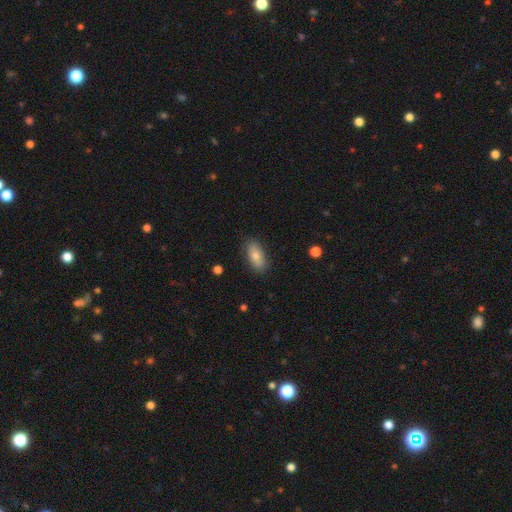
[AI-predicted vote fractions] Smooth or featured? Predicted: smooth (p=0.75). How rounded? Predicted: in between (p=0.85). Merging? Predicted: none (p=0.84).